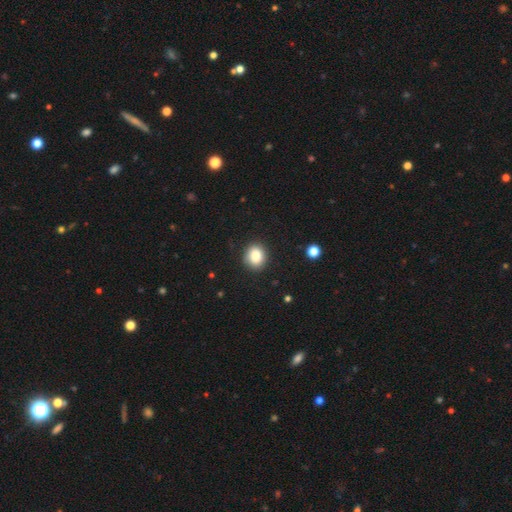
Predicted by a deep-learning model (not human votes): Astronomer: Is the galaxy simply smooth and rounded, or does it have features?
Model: smooth — 85%.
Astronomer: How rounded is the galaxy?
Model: round — 65%.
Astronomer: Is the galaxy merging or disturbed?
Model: none — 88%.